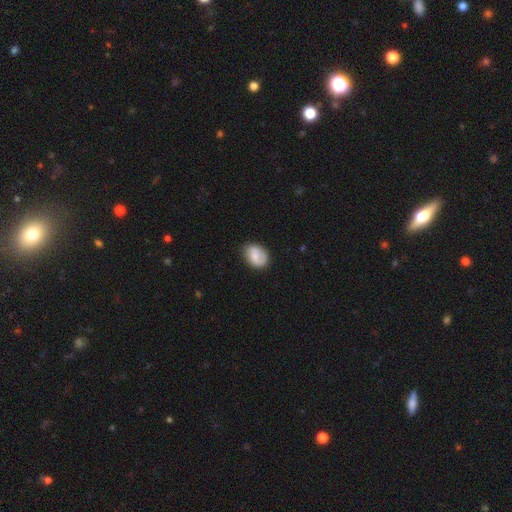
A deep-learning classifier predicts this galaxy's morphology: This appears to be a smooth galaxy with no disk features (69%) that is in between round and cigar-shaped (72%). Merging: none (75%).